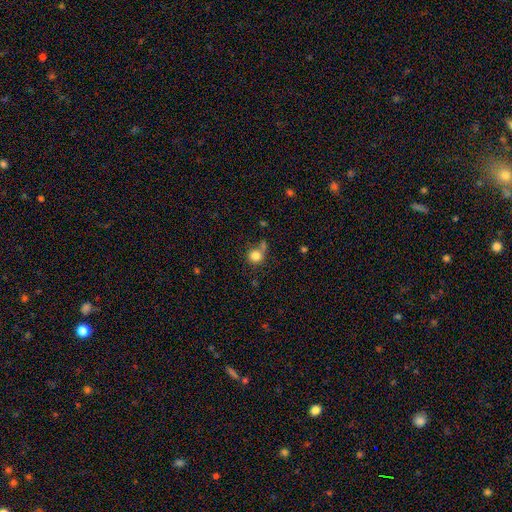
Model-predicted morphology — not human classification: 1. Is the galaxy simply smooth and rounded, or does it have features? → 82% smooth, 11% star or artifact, 7% featured or disk.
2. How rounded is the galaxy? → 88% round, 11% in between, 1% cigar-shaped.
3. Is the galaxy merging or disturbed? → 58% none, 20% merger, 15% minor disturbance, 7% major disturbance.